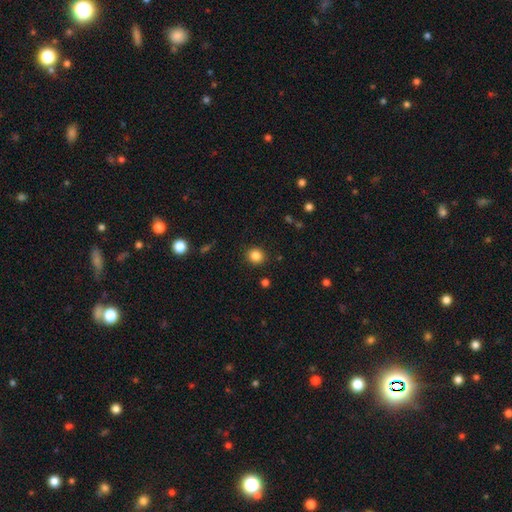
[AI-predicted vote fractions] This appears to be a smooth galaxy with no disk features (85%) that is round (86%). Merging: none (90%).